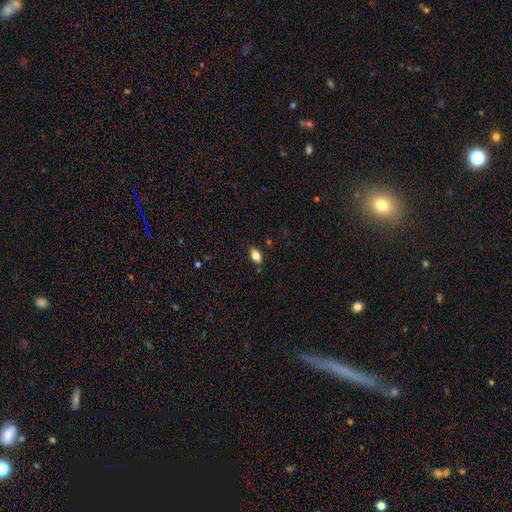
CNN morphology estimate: This is clearly a smooth galaxy (80%). How rounded: clearly in between (90%). Merging: clearly none (84%).